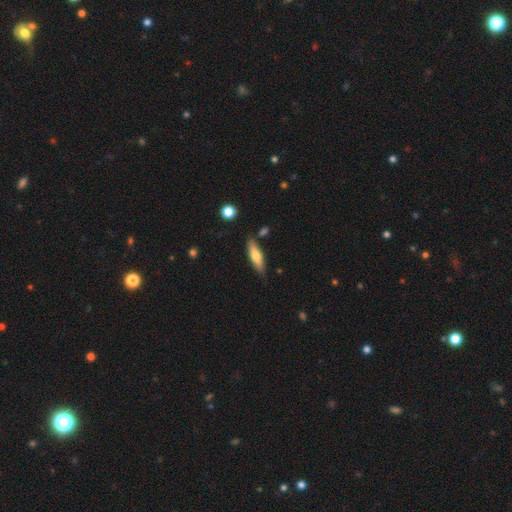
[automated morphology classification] Smooth or featured? smooth (63%)
How rounded? cigar-shaped (61%)
Merging? none (81%)